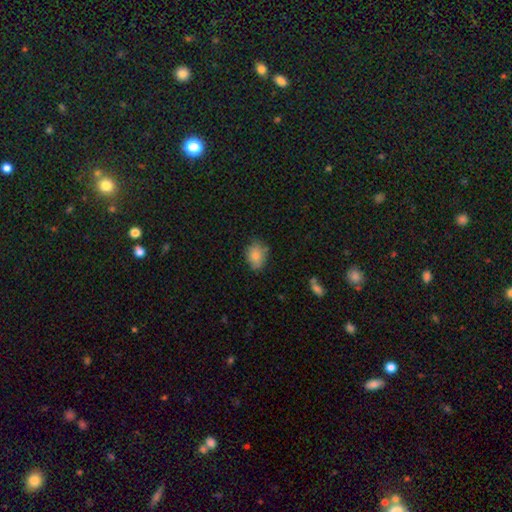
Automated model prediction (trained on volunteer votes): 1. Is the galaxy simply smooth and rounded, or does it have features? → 83% smooth, 9% featured or disk, 8% star or artifact.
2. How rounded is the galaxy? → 68% in between, 31% round, 1% cigar-shaped.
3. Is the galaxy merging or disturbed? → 71% none, 23% minor disturbance, 4% major disturbance, 2% merger.